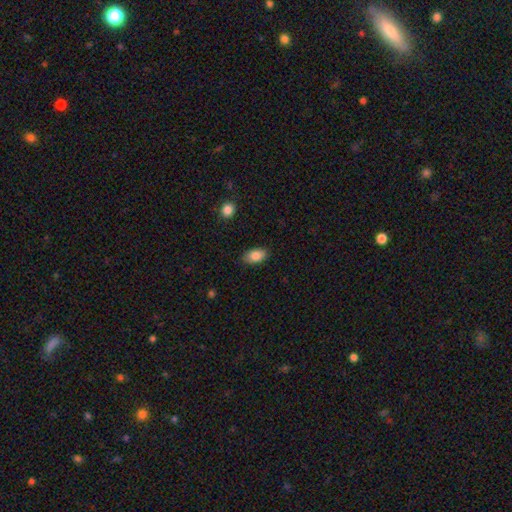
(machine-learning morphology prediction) smooth 85%, featured or disk 8%, star or artifact 7%. Down the decision tree: how rounded — in between (92%); merging — none (86%).